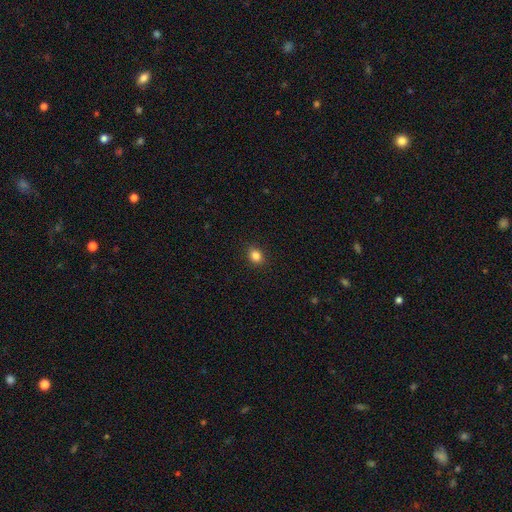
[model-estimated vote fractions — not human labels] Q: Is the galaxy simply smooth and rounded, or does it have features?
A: smooth — 85%.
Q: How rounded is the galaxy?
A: round — 55%.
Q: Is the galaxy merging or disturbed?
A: none — 90%.